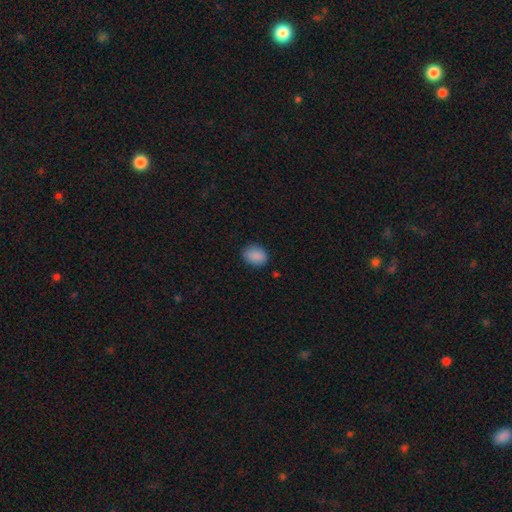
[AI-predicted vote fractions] Smooth or featured? smooth (88%)
How rounded? in between (62%)
Merging? none (84%)